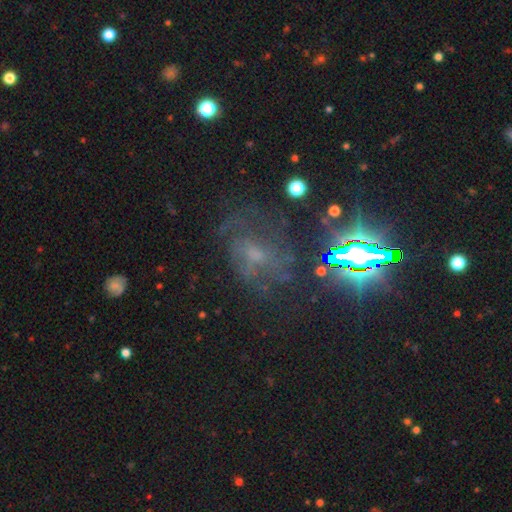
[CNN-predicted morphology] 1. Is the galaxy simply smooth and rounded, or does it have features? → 41% featured or disk, 38% star or artifact, 21% smooth.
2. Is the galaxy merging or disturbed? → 55% none, 22% major disturbance, 20% minor disturbance, 3% merger.